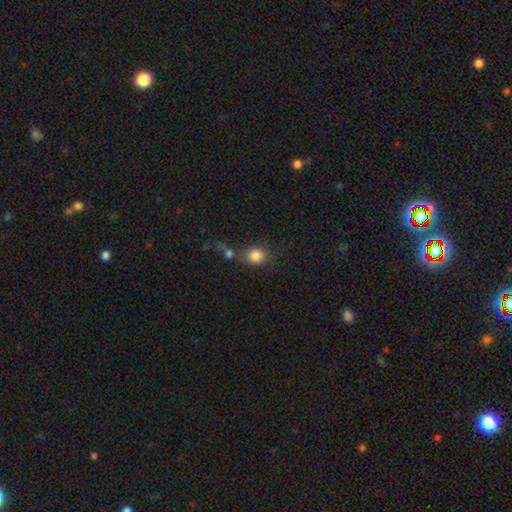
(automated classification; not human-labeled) Smooth or featured? smooth (84%)
How rounded? round (72%)
Merging? none (54%)